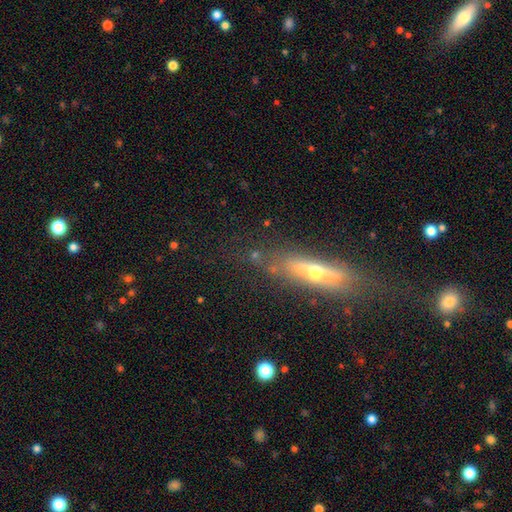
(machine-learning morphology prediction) A featured or disk galaxy (46%).

Vote fractions:
- Smooth or featured? featured or disk: 46% / smooth: 39% / star or artifact: 15%
- Merging? none: 68% / minor disturbance: 16% / major disturbance: 10% / merger: 6%